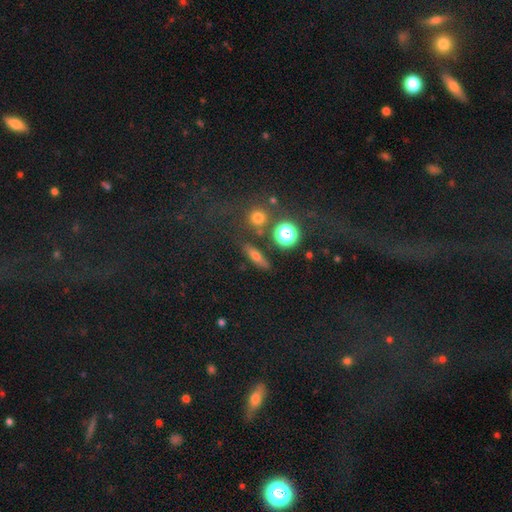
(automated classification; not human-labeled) smooth_or_featured: smooth (p=0.52) [alt: featured or disk p=0.30]
how_rounded: cigar-shaped (p=0.48) [alt: in between p=0.30]
merging: none (p=0.83) [alt: minor disturbance p=0.09]